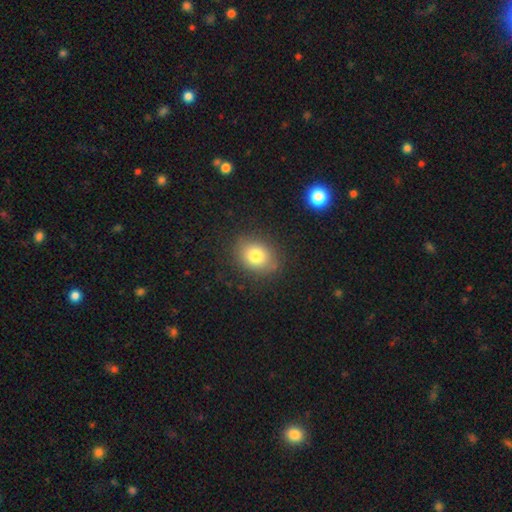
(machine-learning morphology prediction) Smooth or featured?
  - smooth: 79% *
  - star or artifact: 11%
  - featured or disk: 11%
How rounded?
  - in between: 55% *
  - round: 44%
  - cigar-shaped: 1%
Merging?
  - none: 83% *
  - minor disturbance: 12%
  - major disturbance: 4%
  - merger: 2%